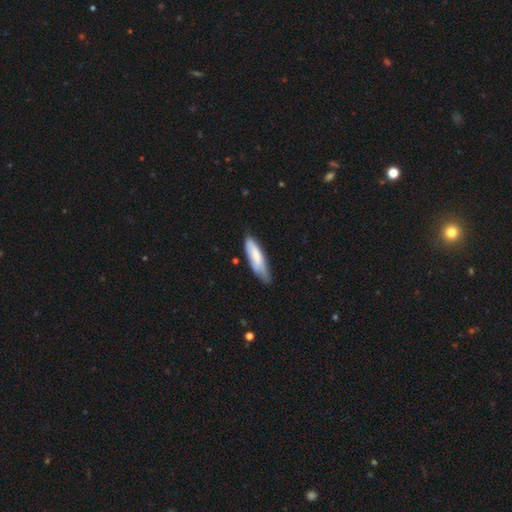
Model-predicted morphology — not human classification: Q: Smooth or featured?
A: smooth (71%); runner-up: featured or disk (24%)
Q: How rounded?
A: cigar-shaped (58%); runner-up: in between (41%)
Q: Merging?
A: none (53%); runner-up: minor disturbance (36%)